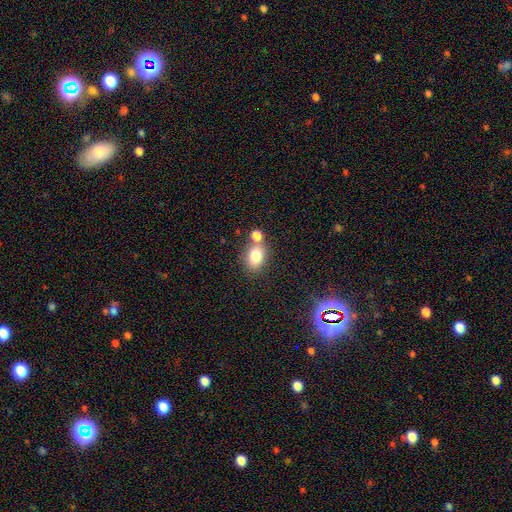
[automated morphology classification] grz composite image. It shows a smooth galaxy with no disk features (79%) that is in between round and cigar-shaped (68%). Merging: none (56%).